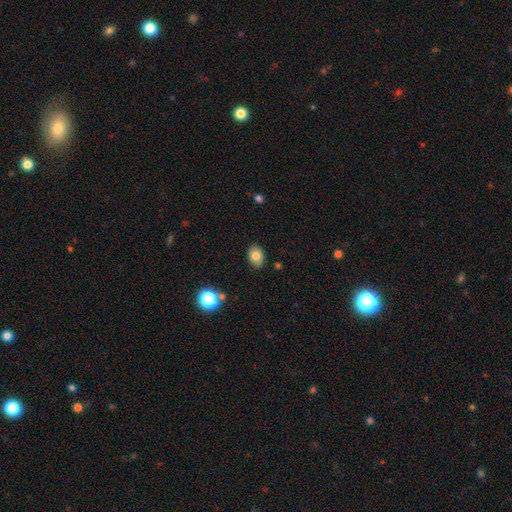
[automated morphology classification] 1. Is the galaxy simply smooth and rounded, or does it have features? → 79% smooth, 12% featured or disk, 9% star or artifact.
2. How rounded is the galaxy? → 78% in between, 21% round, 1% cigar-shaped.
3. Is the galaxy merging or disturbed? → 86% none, 11% minor disturbance, 2% major disturbance, 2% merger.